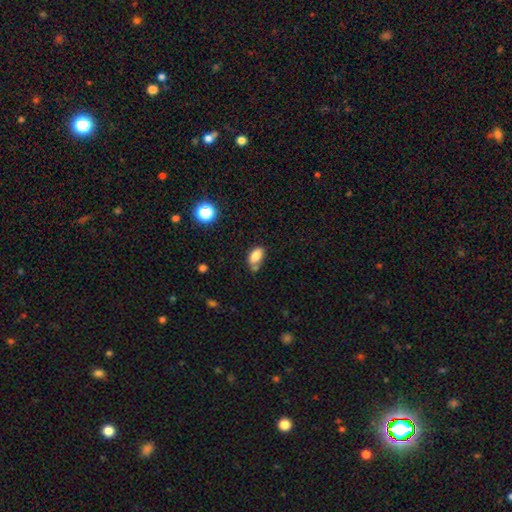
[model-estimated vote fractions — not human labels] smooth-or-featured: smooth: 81% | star or artifact: 10% | featured or disk: 8%
  how-rounded: in between: 90% | round: 7% | cigar-shaped: 4%
  merging: none: 54% | minor disturbance: 22% | merger: 18% | major disturbance: 6%